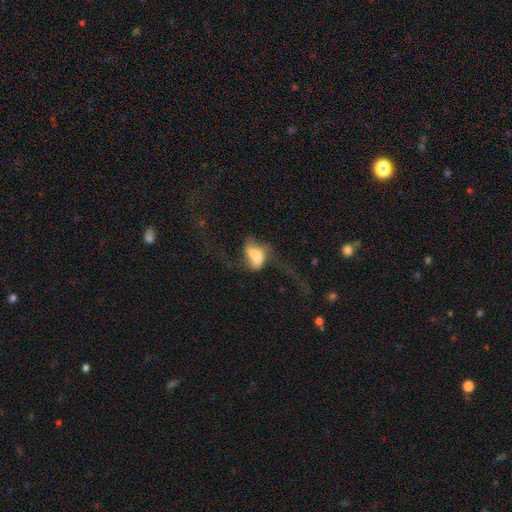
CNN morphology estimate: Smooth or featured? Predicted: smooth (p=0.46). Merging? Predicted: major disturbance (p=0.50).